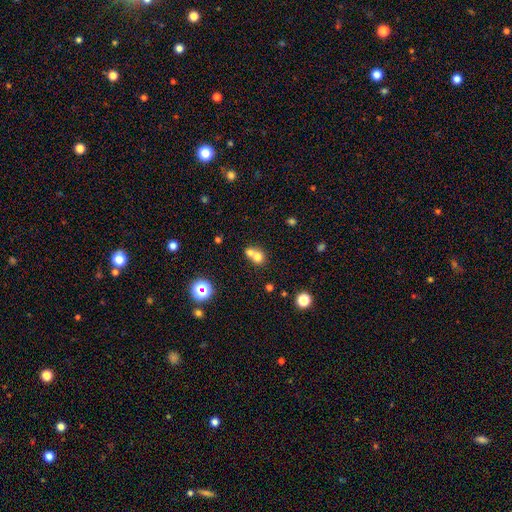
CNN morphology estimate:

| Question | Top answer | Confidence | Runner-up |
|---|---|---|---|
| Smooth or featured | smooth | 71% | star or artifact (15%) |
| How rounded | round | 73% | in between (26%) |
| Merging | merger | 62% | none (30%) |